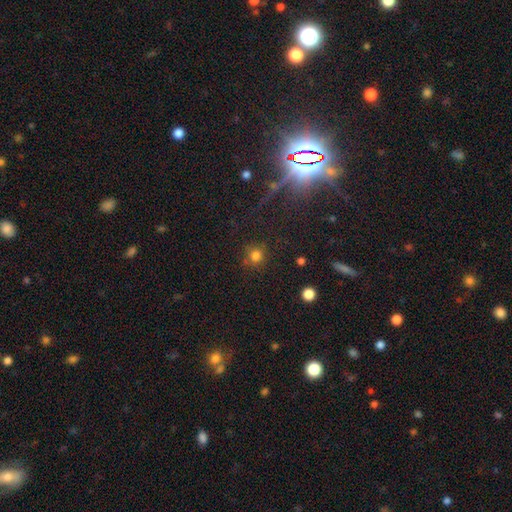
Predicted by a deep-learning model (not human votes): This appears to be a smooth galaxy with no disk features (74%) that is round (88%). Merging: none (79%).